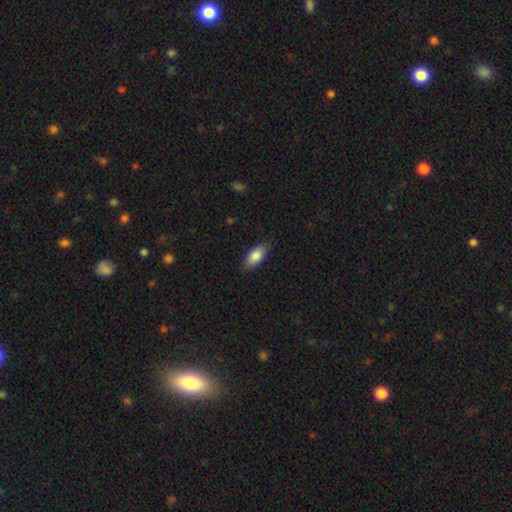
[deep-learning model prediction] smooth_or_featured: smooth (p=0.86) [alt: featured or disk p=0.08]
how_rounded: in between (p=0.89) [alt: cigar-shaped p=0.08]
merging: none (p=0.83) [alt: minor disturbance p=0.14]